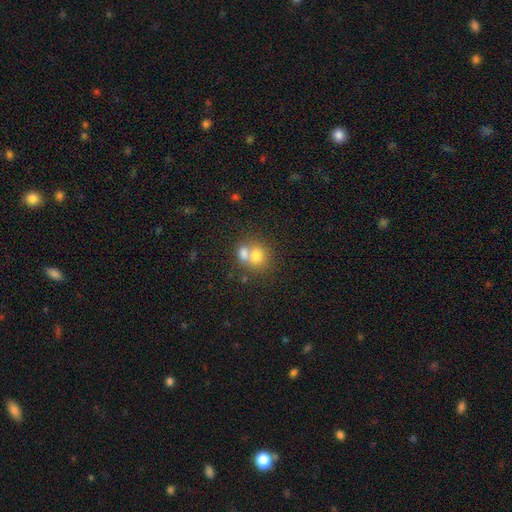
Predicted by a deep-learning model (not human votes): Smooth or featured? Predicted: smooth (p=0.73). How rounded? Predicted: round (p=0.66). Merging? Predicted: merger (p=0.60).